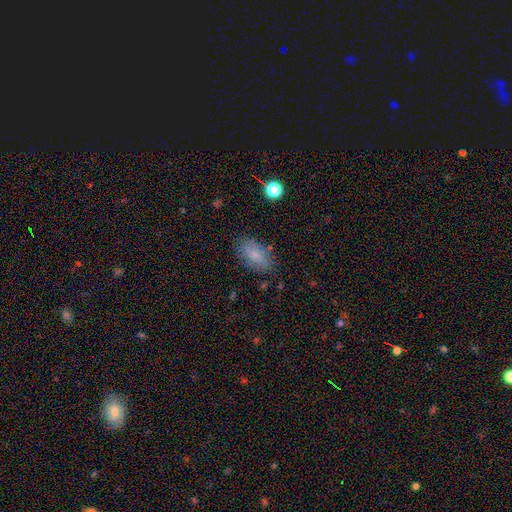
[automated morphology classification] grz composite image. It shows a smooth galaxy with no disk features (79%) that is in between round and cigar-shaped (91%). Merging: none (79%).